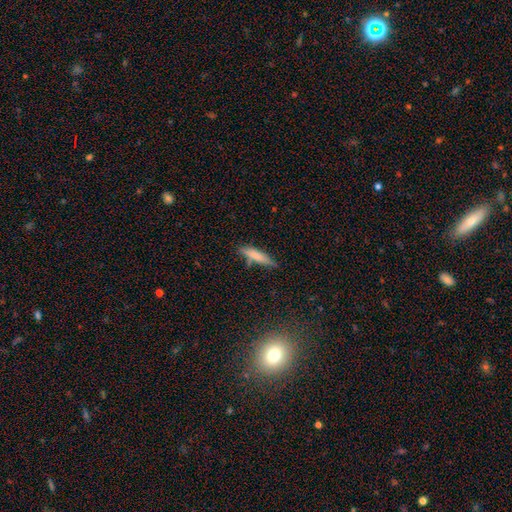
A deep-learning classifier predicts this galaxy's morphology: Smooth or featured? smooth (75%)
How rounded? cigar-shaped (82%)
Merging? none (68%)